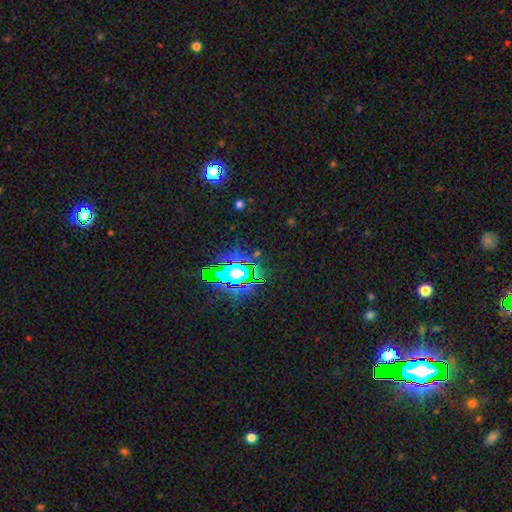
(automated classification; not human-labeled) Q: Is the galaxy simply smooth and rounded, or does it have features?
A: star or artifact — 74%.